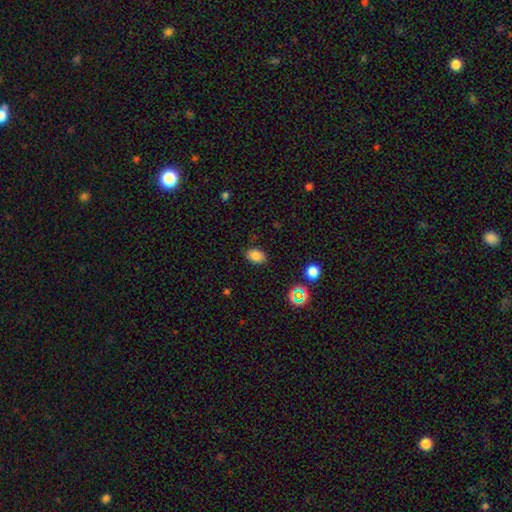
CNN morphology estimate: Q: Smooth or featured?
A: smooth (81%); runner-up: star or artifact (13%)
Q: How rounded?
A: in between (82%); runner-up: round (17%)
Q: Merging?
A: none (83%); runner-up: minor disturbance (13%)